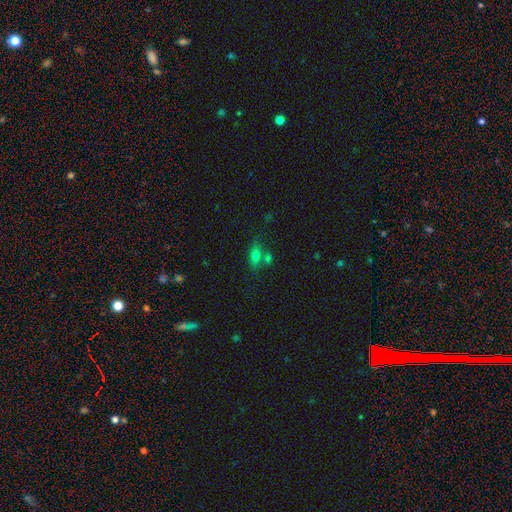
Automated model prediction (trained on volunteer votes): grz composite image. It shows a smooth galaxy with no disk features (69%) that is in between round and cigar-shaped (76%). Merging: none (48%).